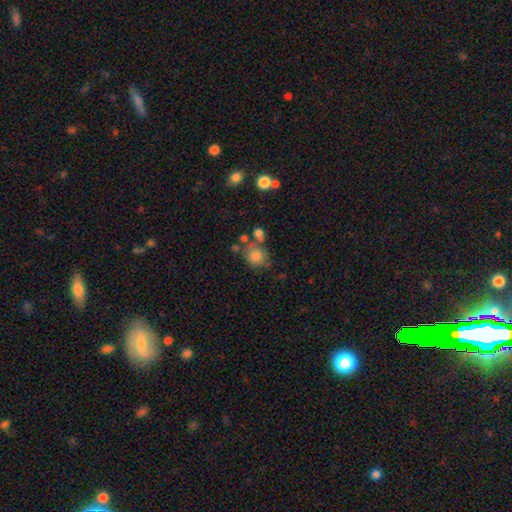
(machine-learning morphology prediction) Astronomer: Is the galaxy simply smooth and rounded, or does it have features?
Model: smooth — 77%.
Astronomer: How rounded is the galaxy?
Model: round — 74%.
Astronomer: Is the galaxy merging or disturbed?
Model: none — 54%.